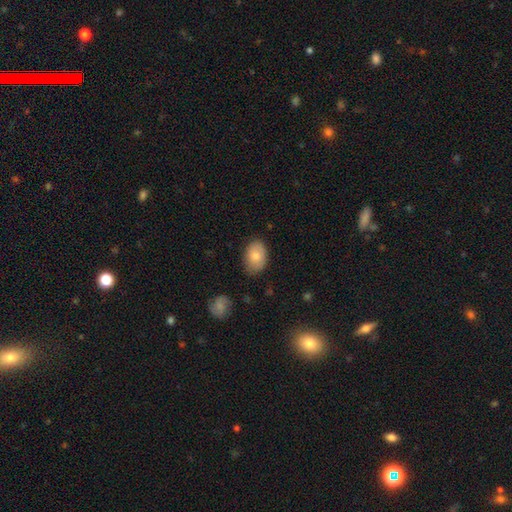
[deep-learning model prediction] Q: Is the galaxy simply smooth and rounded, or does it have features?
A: smooth — 79%.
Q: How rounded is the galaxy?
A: in between — 87%.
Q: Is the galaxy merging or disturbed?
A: none — 77%.